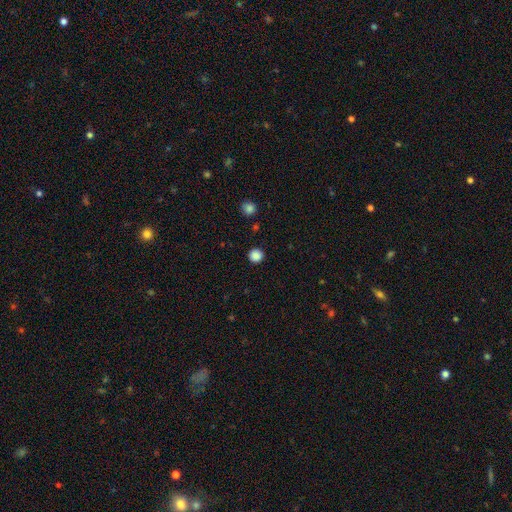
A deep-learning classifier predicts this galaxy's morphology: This is clearly a smooth galaxy (87%). How rounded: clearly round (94%). Merging: clearly none (92%).